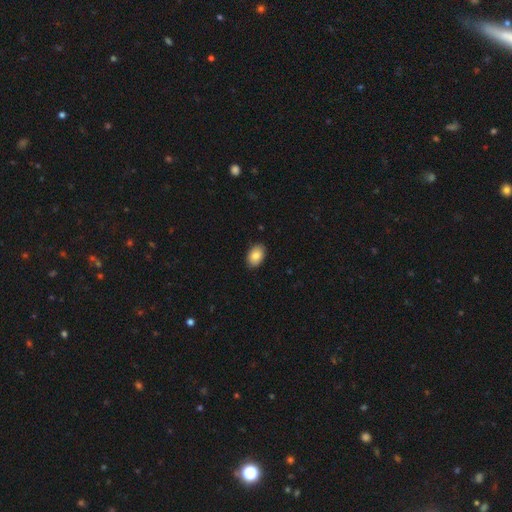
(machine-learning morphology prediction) smooth-or-featured: smooth: 84% | featured or disk: 8% | star or artifact: 7%
  how-rounded: in between: 87% | round: 12% | cigar-shaped: 1%
  merging: none: 89% | minor disturbance: 9% | major disturbance: 2% | merger: 1%